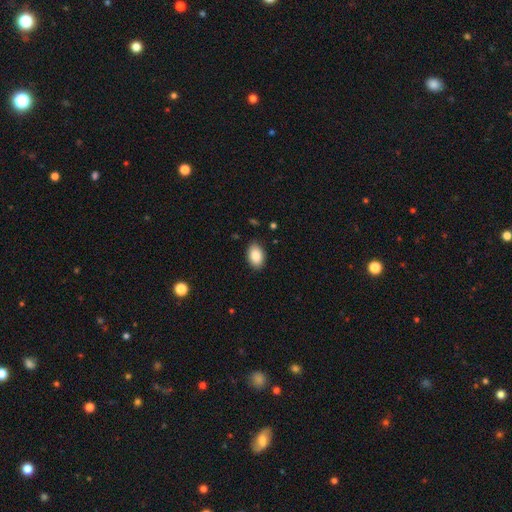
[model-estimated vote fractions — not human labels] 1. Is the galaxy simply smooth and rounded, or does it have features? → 87% smooth, 7% star or artifact, 6% featured or disk.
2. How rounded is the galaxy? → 89% in between, 10% round, 1% cigar-shaped.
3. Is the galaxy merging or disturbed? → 88% none, 9% minor disturbance, 2% major disturbance, 1% merger.